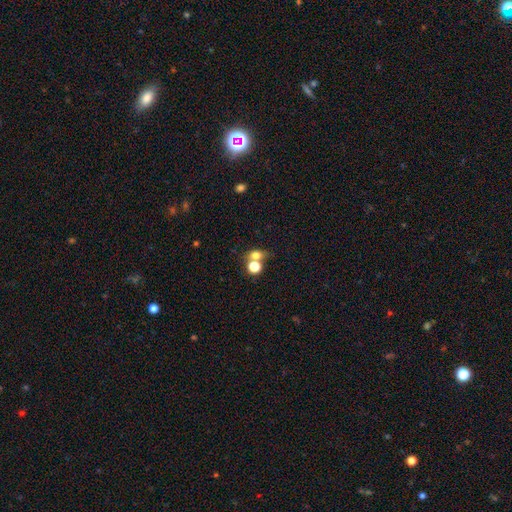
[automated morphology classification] Smooth or featured: smooth — 70% (star or artifact — 18%)
How rounded: round — 49% (in between — 48%)
Merging: none — 44% (merger — 41%)